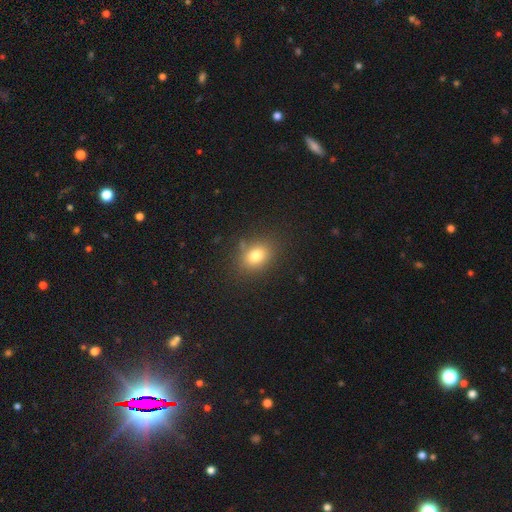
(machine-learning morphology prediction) A smooth galaxy with no disk features (79%) that is in between round and cigar-shaped (63%). Merging: none (81%).